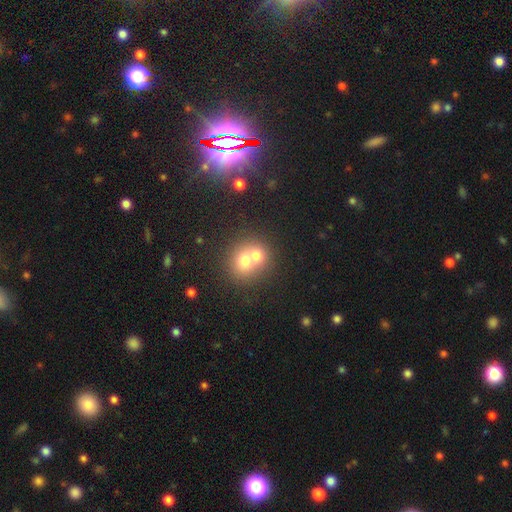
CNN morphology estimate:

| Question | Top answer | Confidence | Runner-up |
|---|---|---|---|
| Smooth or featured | smooth | 68% | featured or disk (21%) |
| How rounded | round | 74% | in between (25%) |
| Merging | merger | 67% | none (26%) |